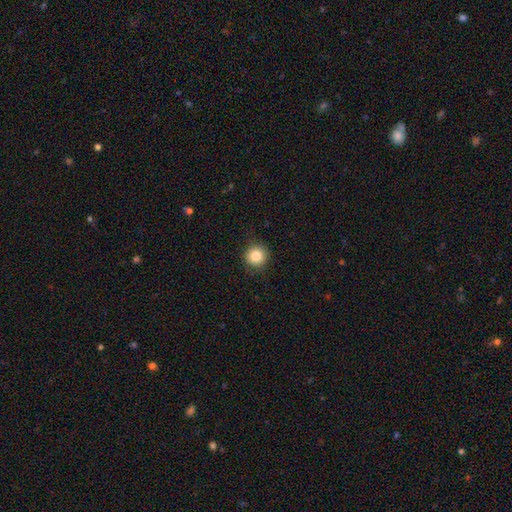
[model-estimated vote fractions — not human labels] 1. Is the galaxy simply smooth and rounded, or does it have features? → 85% smooth, 10% star or artifact, 5% featured or disk.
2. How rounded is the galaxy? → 94% round, 5% in between, 1% cigar-shaped.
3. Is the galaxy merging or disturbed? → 90% none, 7% minor disturbance, 2% major disturbance, 1% merger.